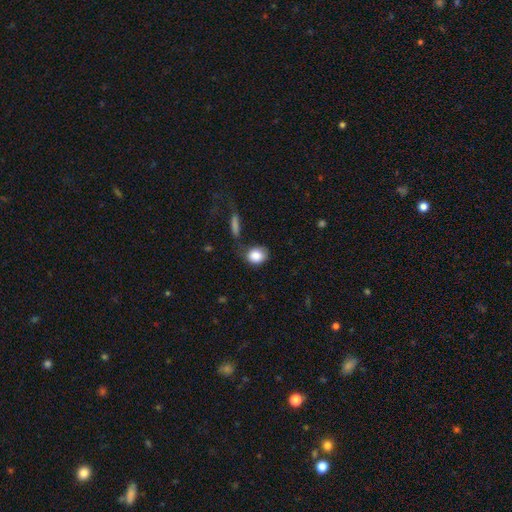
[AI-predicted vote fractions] smooth-or-featured: smooth: 86% | star or artifact: 8% | featured or disk: 6%
  how-rounded: round: 53% | in between: 45% | cigar-shaped: 2%
  merging: none: 54% | minor disturbance: 25% | major disturbance: 11% | merger: 10%